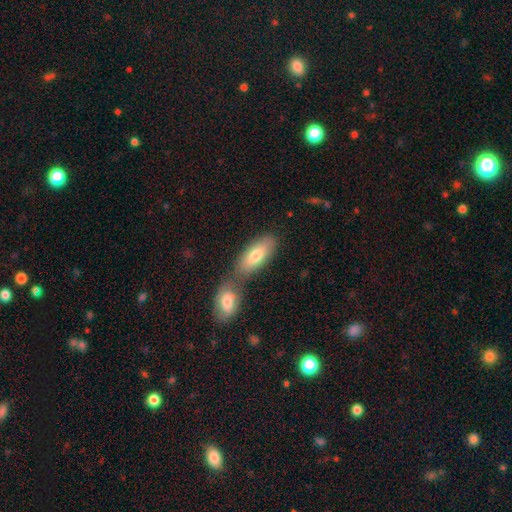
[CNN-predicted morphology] smooth_or_featured: smooth (p=0.76) [alt: featured or disk p=0.18]
how_rounded: in between (p=0.81) [alt: cigar-shaped p=0.17]
merging: none (p=0.46) [alt: merger p=0.40]